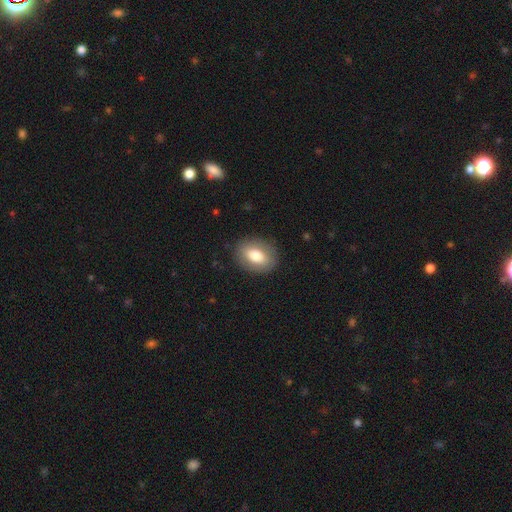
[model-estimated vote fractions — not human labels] A smooth galaxy with no disk features (73%) that is in between round and cigar-shaped (75%).

Vote fractions:
- Smooth or featured? smooth: 73% / featured or disk: 19% / star or artifact: 7%
- How rounded? in between: 75% / round: 24% / cigar-shaped: 1%
- Merging? none: 86% / minor disturbance: 10% / major disturbance: 3% / merger: 1%